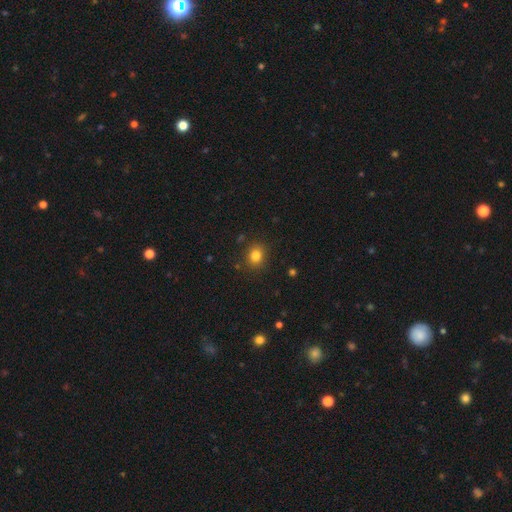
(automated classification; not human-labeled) smooth-or-featured: smooth: 81% | star or artifact: 13% | featured or disk: 6%
  how-rounded: round: 75% | in between: 24% | cigar-shaped: 1%
  merging: none: 87% | minor disturbance: 8% | major disturbance: 3% | merger: 2%